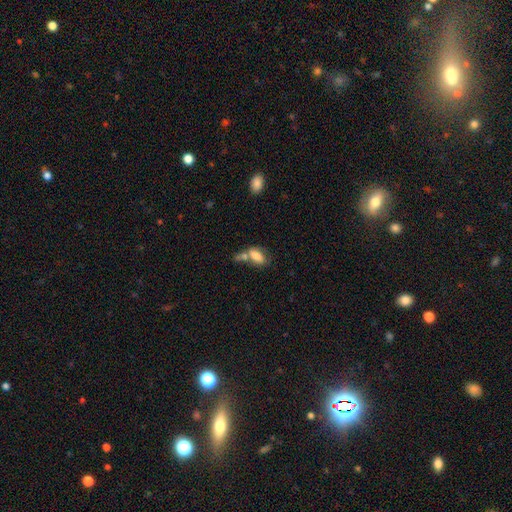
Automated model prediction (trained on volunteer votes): smooth-or-featured: smooth: 75% | featured or disk: 17% | star or artifact: 9%
  how-rounded: in between: 89% | round: 6% | cigar-shaped: 5%
  merging: merger: 49% | none: 27% | minor disturbance: 14% | major disturbance: 11%